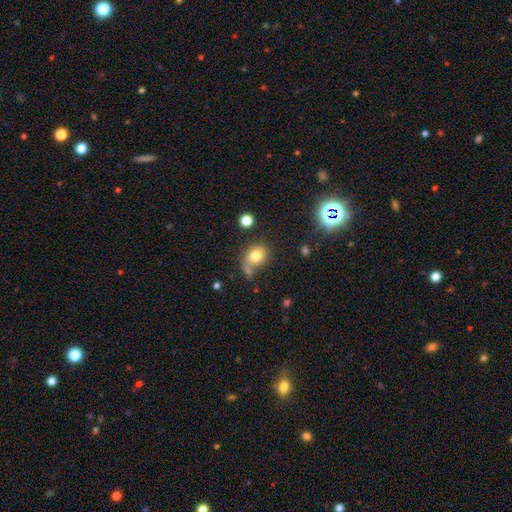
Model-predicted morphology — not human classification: type=smooth (76%); roundness=round (52%); merging=none (49%).